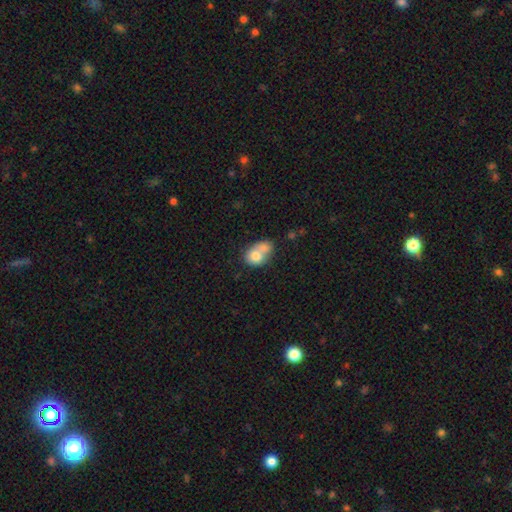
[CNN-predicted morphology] smooth-or-featured: smooth: 73% | featured or disk: 19% | star or artifact: 8%
  how-rounded: in between: 50% | round: 49% | cigar-shaped: 1%
  merging: merger: 65% | none: 21% | minor disturbance: 9% | major disturbance: 5%